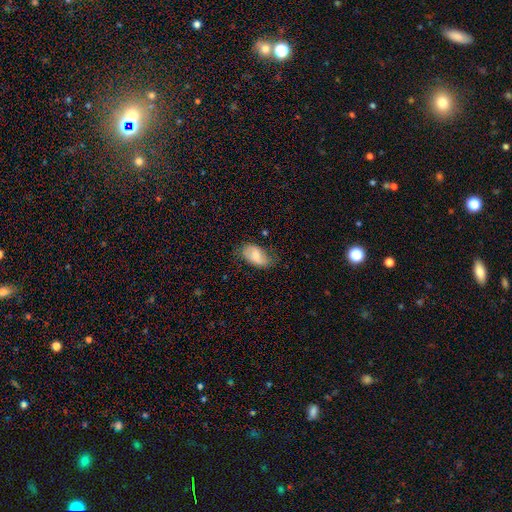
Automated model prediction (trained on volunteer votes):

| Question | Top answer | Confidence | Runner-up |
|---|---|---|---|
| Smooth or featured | smooth | 59% | featured or disk (34%) |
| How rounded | in between | 92% | round (6%) |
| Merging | none | 61% | minor disturbance (29%) |